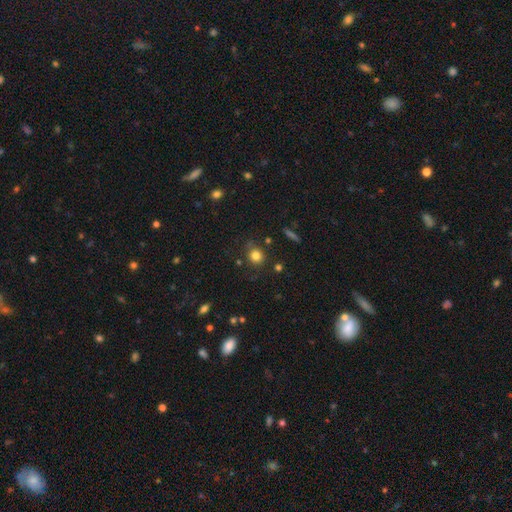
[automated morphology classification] This appears to be a smooth galaxy with no disk features (80%) that is round (86%). Merging: none (79%).